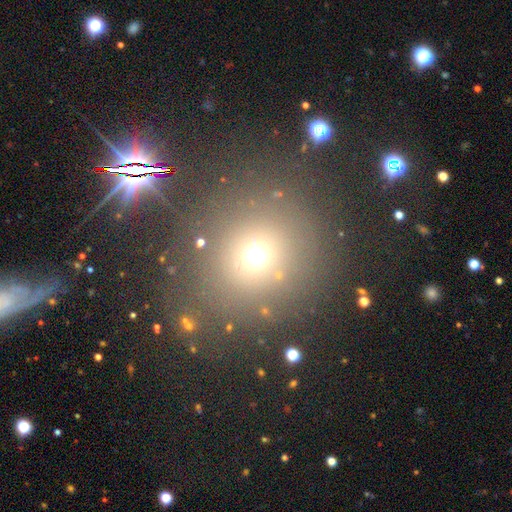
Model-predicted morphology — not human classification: Smooth or featured?
  - smooth: 62% *
  - star or artifact: 28%
  - featured or disk: 9%
How rounded?
  - round: 88% *
  - in between: 11%
  - cigar-shaped: 1%
Merging?
  - none: 79% *
  - minor disturbance: 9%
  - major disturbance: 6%
  - merger: 6%